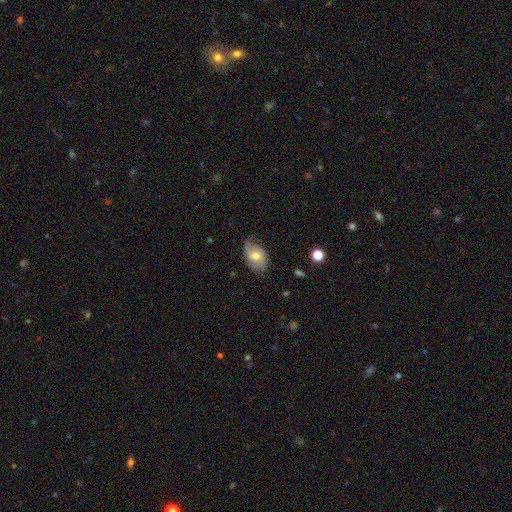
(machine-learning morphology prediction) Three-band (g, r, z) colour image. It shows a smooth galaxy with no disk features (48%). Merging: none (63%).